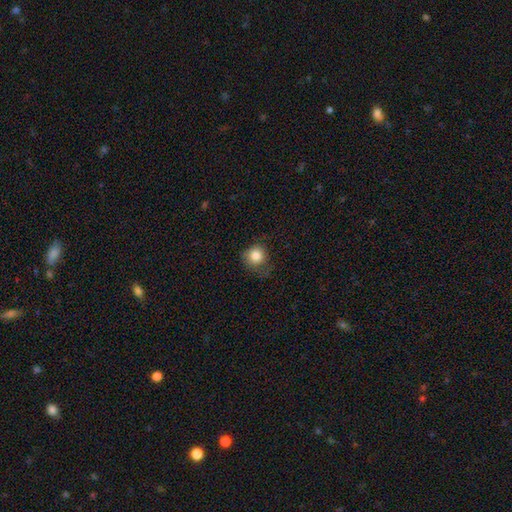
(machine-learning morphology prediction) Overall: smooth (83%). How rounded: round (88%). Merging: none (66%).